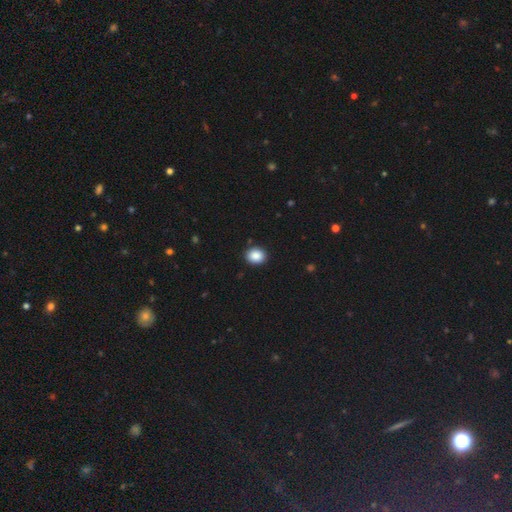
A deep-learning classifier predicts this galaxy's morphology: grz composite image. It shows a smooth galaxy with no disk features (88%) that is round (55%). Merging: none (90%).